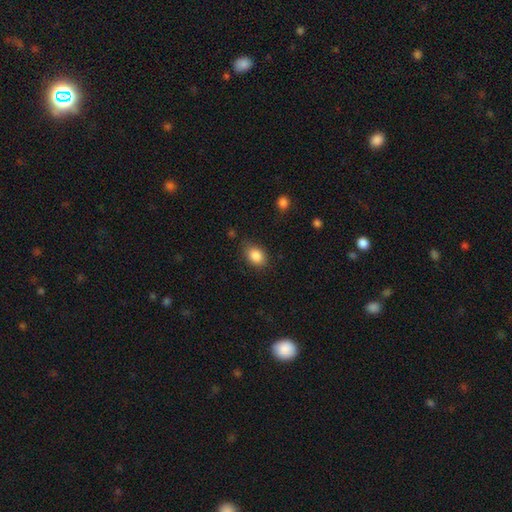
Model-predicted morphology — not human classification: Smooth or featured? Predicted: smooth (p=0.87). How rounded? Predicted: in between (p=0.75). Merging? Predicted: none (p=0.78).